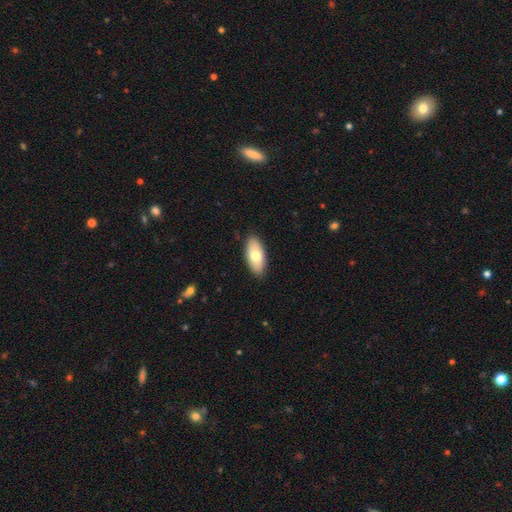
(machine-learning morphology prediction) This is likely a smooth galaxy (70%). How rounded: clearly in between (91%). Merging: clearly none (88%).